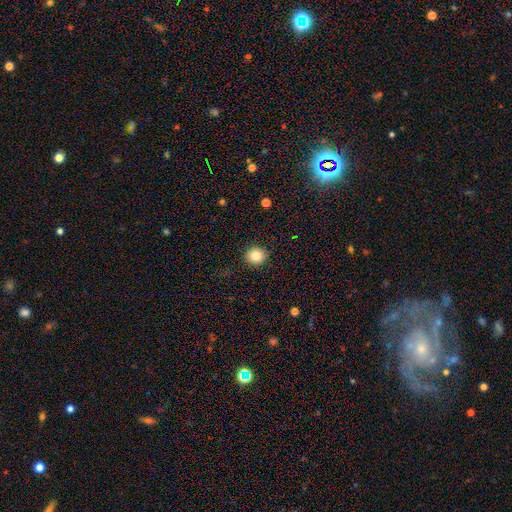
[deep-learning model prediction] Smooth or featured?
  - smooth: 85% *
  - star or artifact: 10%
  - featured or disk: 6%
How rounded?
  - round: 86% *
  - in between: 13%
  - cigar-shaped: 1%
Merging?
  - none: 90% *
  - minor disturbance: 7%
  - major disturbance: 2%
  - merger: 1%